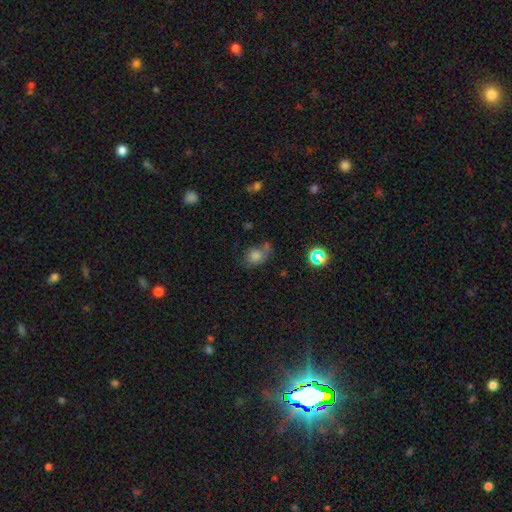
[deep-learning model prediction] A smooth galaxy with no disk features (71%) that is in between round and cigar-shaped (51%). Merging: none (48%).